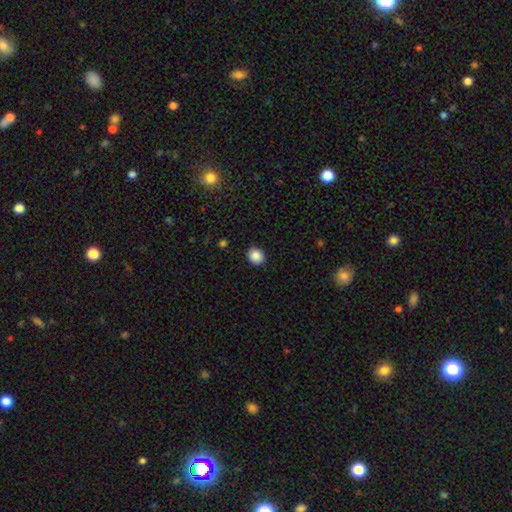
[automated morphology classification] smooth_or_featured: smooth (p=0.88) [alt: star or artifact p=0.09]
how_rounded: round (p=0.71) [alt: in between p=0.28]
merging: none (p=0.90) [alt: minor disturbance p=0.07]